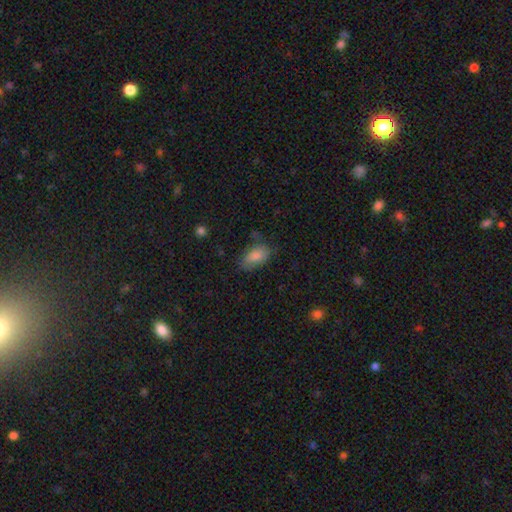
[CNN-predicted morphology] Smooth or featured: smooth — 83% (featured or disk — 10%)
How rounded: in between — 92% (round — 5%)
Merging: none — 65% (minor disturbance — 24%)